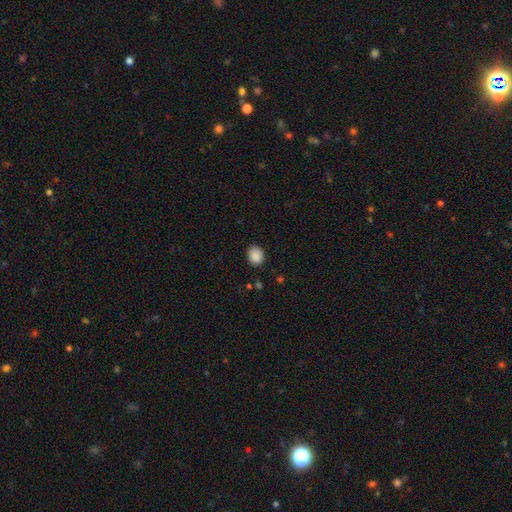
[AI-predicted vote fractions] smooth_or_featured: smooth (p=0.89) [alt: star or artifact p=0.09]
how_rounded: round (p=0.55) [alt: in between p=0.44]
merging: none (p=0.87) [alt: minor disturbance p=0.09]